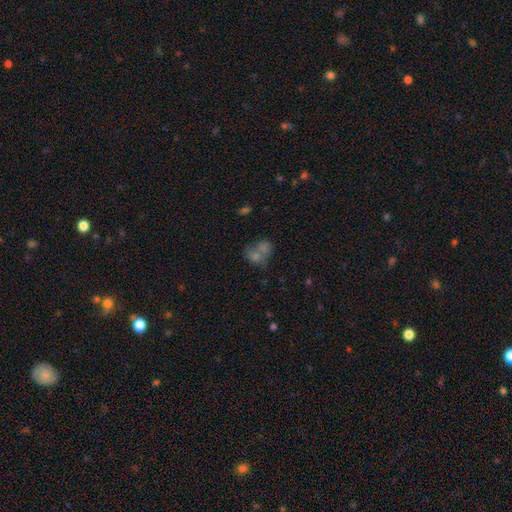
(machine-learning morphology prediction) smooth_or_featured: smooth (p=0.56) [alt: star or artifact p=0.23]
how_rounded: round (p=0.58) [alt: in between p=0.40]
merging: merger (p=0.48) [alt: none p=0.34]